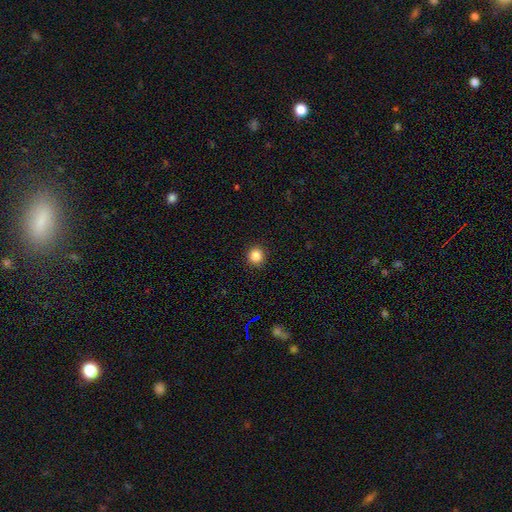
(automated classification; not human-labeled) smooth 84%, star or artifact 11%, featured or disk 4%. Down the decision tree: how rounded — round (92%); merging — none (92%).